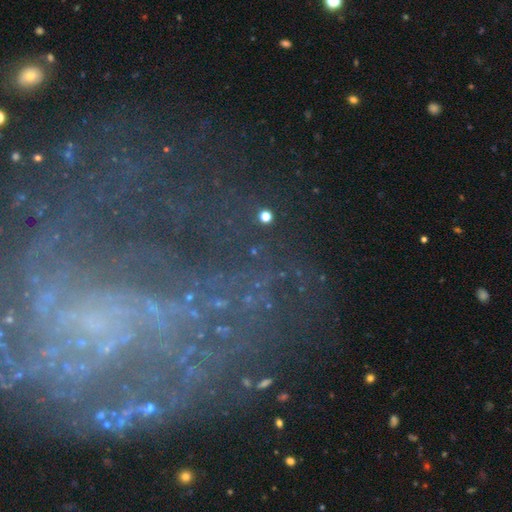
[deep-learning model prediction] Smooth or featured: featured or disk — 71% (star or artifact — 18%)
Edge-on disk: no — 97% (yes — 3%)
Bar: no — 64% (weak — 25%)
Spiral arms: yes — 76% (no — 24%)
Spiral winding: tight — 42% (medium — 34%)
Spiral arm count: can't tell — 37% (2 — 21%)
Bulge size: none — 50% (small — 35%)
Merging: none — 57% (major disturbance — 24%)